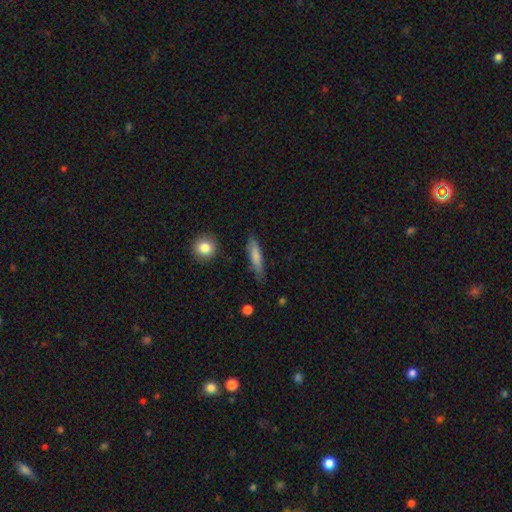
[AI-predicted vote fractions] smooth 75%, featured or disk 19%, star or artifact 6%. Down the decision tree: how rounded — cigar-shaped (75%); merging — none (73%).